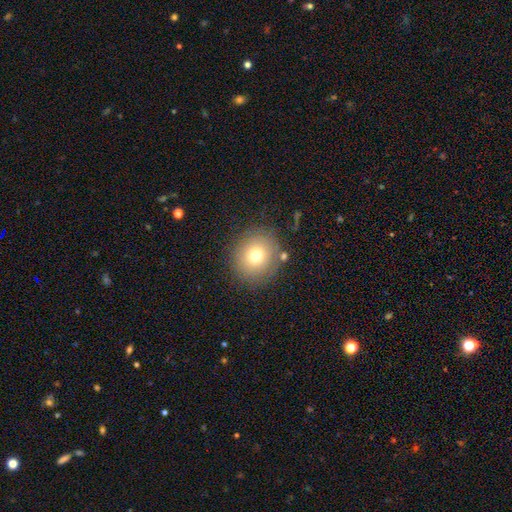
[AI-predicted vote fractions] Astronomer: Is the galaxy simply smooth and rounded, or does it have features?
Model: smooth — 73%.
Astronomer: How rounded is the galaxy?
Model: round — 82%.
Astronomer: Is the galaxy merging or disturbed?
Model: none — 82%.